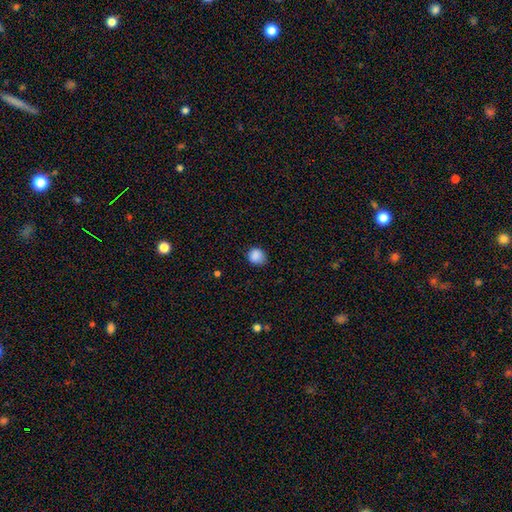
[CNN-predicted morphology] smooth_or_featured: smooth (p=0.87) [alt: star or artifact p=0.10]
how_rounded: round (p=0.77) [alt: in between p=0.23]
merging: none (p=0.77) [alt: minor disturbance p=0.18]